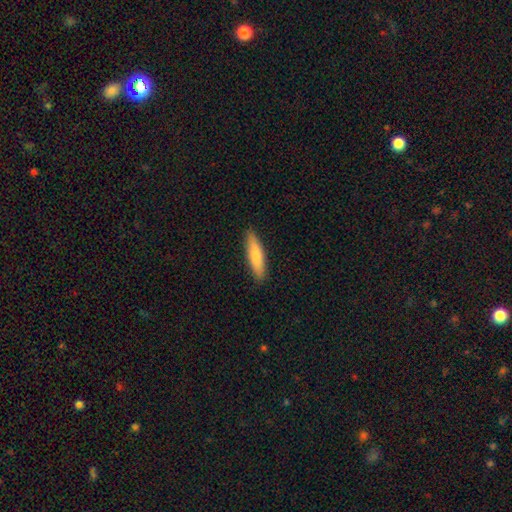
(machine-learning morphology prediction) Q: Smooth or featured?
A: smooth (80%); runner-up: featured or disk (15%)
Q: How rounded?
A: cigar-shaped (73%); runner-up: in between (26%)
Q: Merging?
A: none (89%); runner-up: minor disturbance (8%)